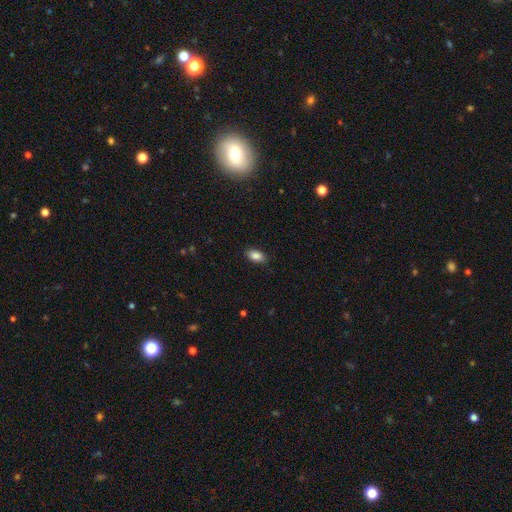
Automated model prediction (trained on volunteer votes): Overall: smooth (87%). How rounded: in between (92%). Merging: none (88%).